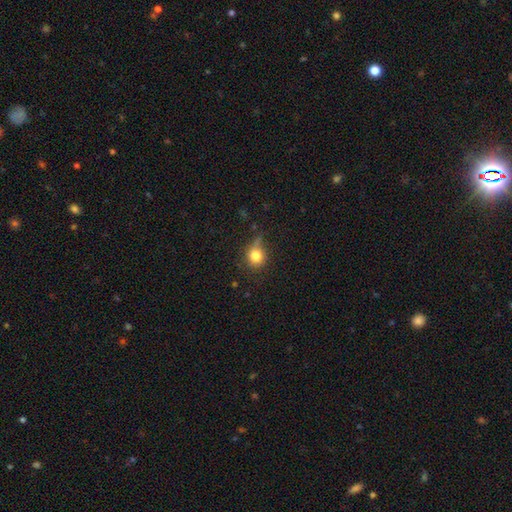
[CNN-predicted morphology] Overall: smooth (79%). How rounded: round (83%). Merging: none (57%; minor disturbance 27%).